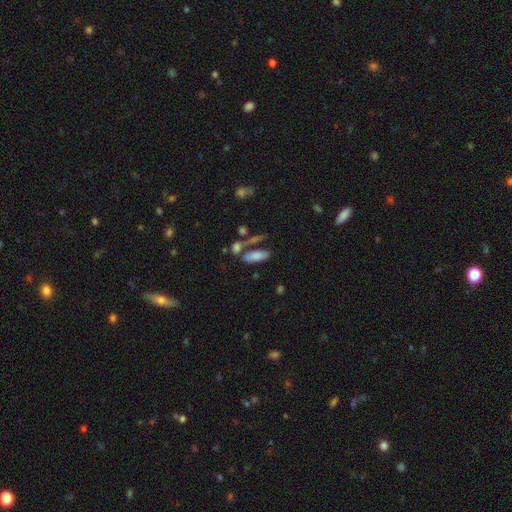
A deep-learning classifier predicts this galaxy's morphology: This appears to be a smooth galaxy with no disk features (76%) that is in between round and cigar-shaped (67%). Merging: none (50%).